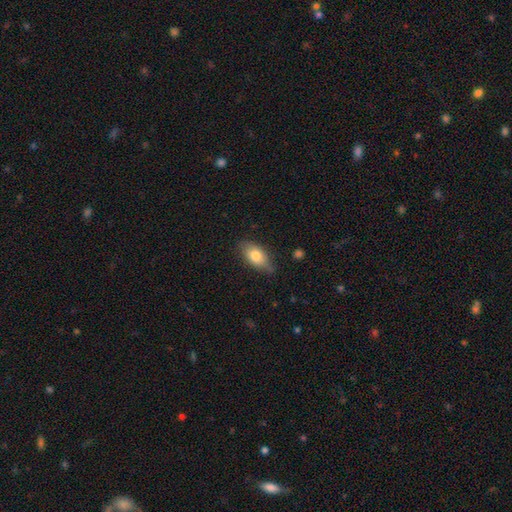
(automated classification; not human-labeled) This is likely a smooth galaxy (76%). How rounded: clearly in between (89%). Merging: likely none (72%).